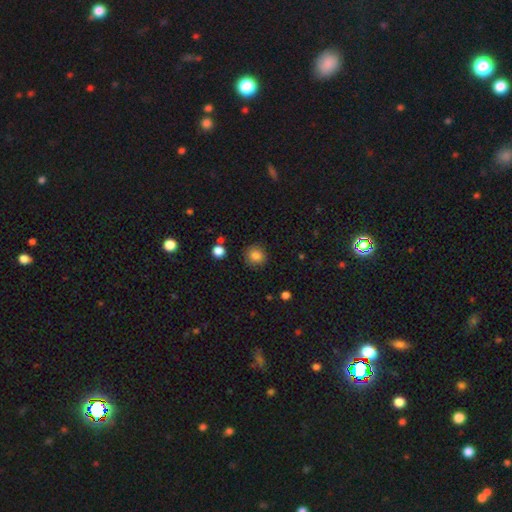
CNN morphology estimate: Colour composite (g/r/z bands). It shows a smooth galaxy with no disk features (84%) that is round (92%). Merging: none (89%).